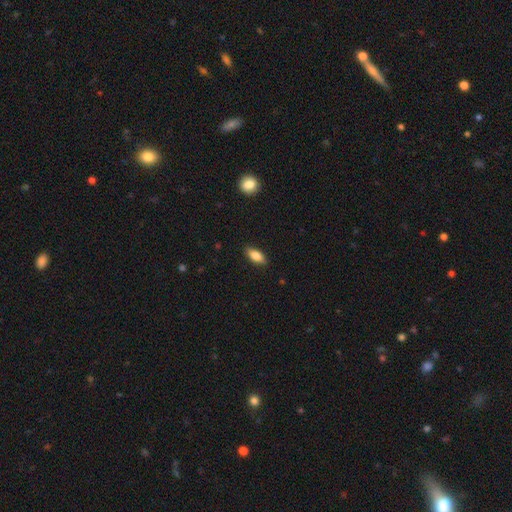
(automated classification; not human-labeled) Smooth or featured? Predicted: smooth (p=0.83). How rounded? Predicted: in between (p=0.85). Merging? Predicted: none (p=0.87).